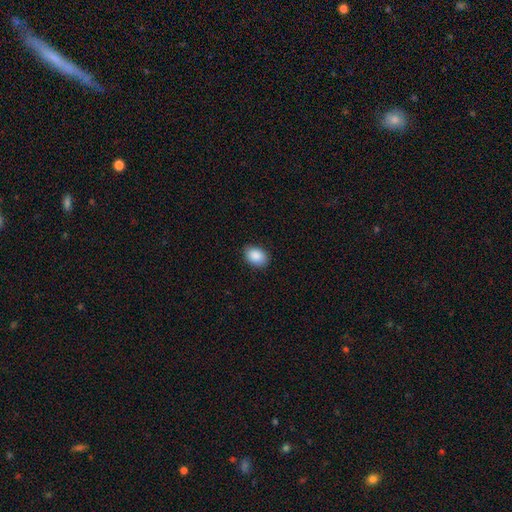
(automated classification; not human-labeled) smooth-or-featured: smooth: 89% | star or artifact: 7% | featured or disk: 3%
  how-rounded: in between: 77% | round: 22% | cigar-shaped: 1%
  merging: none: 85% | minor disturbance: 11% | major disturbance: 2% | merger: 1%